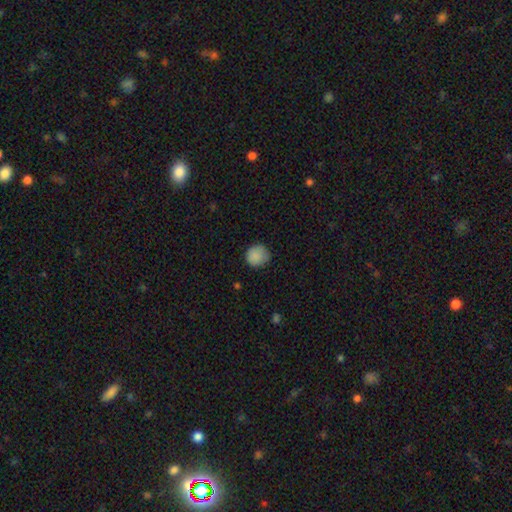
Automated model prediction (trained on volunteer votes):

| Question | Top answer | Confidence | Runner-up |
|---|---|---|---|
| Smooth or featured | smooth | 87% | star or artifact (8%) |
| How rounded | round | 90% | in between (9%) |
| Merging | none | 78% | minor disturbance (18%) |